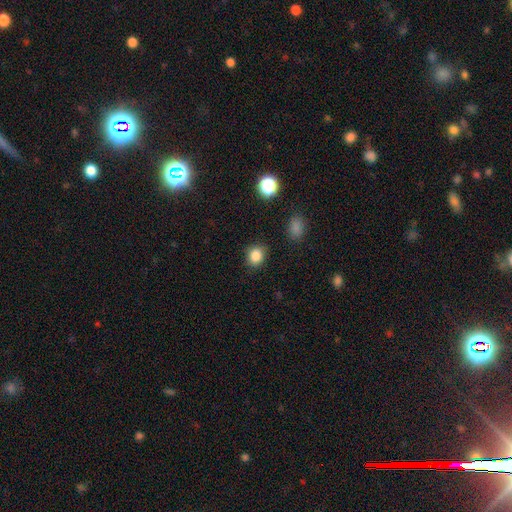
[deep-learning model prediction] Smooth or featured? smooth (85%)
How rounded? round (66%)
Merging? none (86%)